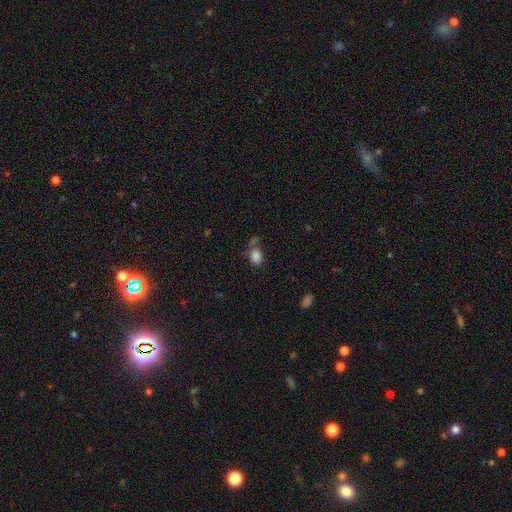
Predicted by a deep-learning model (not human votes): smooth_or_featured: smooth (p=0.84) [alt: star or artifact p=0.11]
how_rounded: in between (p=0.76) [alt: round p=0.23]
merging: none (p=0.56) [alt: minor disturbance p=0.19]